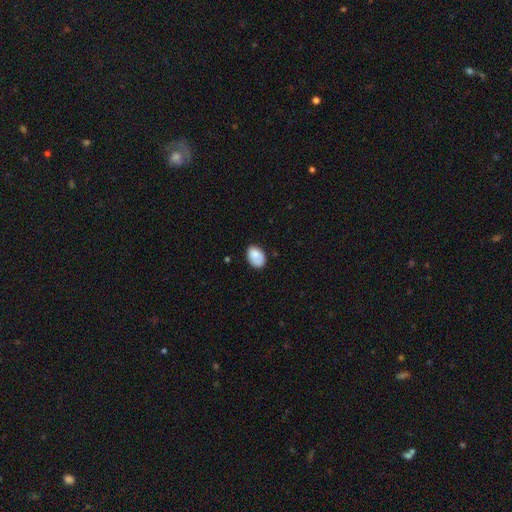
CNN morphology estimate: Smooth or featured: smooth — 85% (featured or disk — 8%)
How rounded: in between — 83% (round — 16%)
Merging: none — 72% (minor disturbance — 21%)